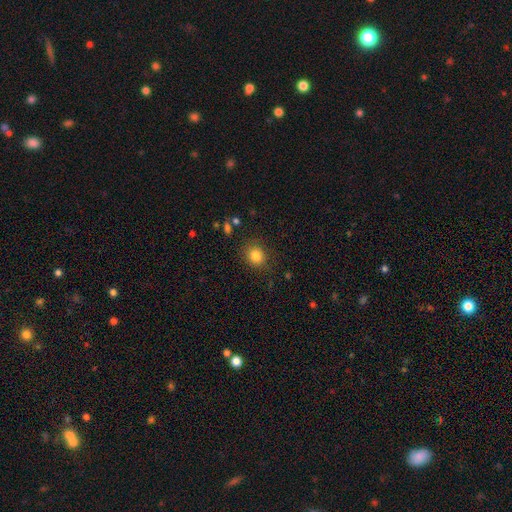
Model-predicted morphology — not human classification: The model was most divided on "how rounded": round: 76%, in between: 23%, cigar-shaped: 1%. More confident: merging — none (86%); smooth or featured — smooth (84%).